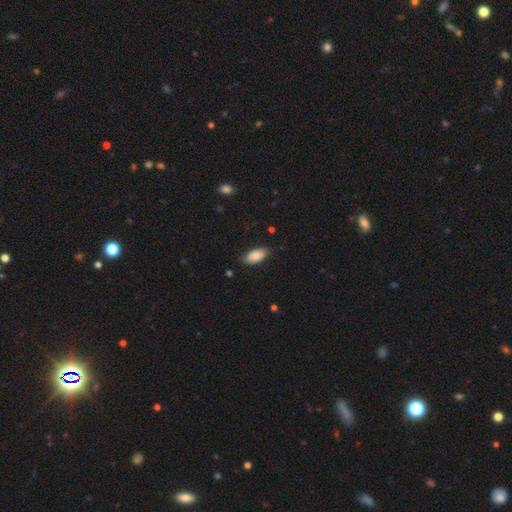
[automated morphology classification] Smooth or featured? smooth (85%)
How rounded? in between (93%)
Merging? none (80%)